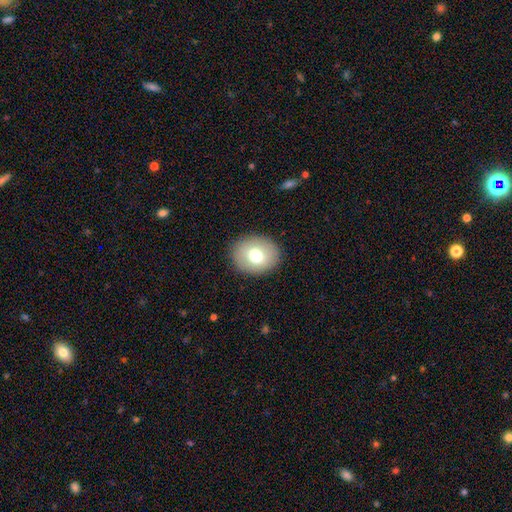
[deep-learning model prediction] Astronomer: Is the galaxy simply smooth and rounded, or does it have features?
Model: smooth — 73%.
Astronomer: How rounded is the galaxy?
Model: round — 54% (runner-up: in between, 45%).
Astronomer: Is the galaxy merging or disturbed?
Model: none — 89%.